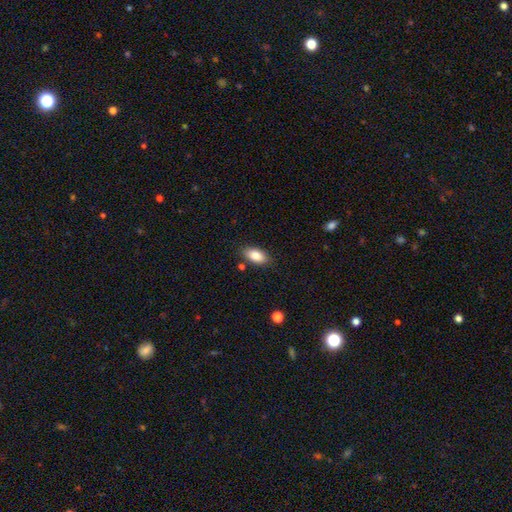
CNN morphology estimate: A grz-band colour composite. It shows a smooth galaxy with no disk features (84%) that is in between round and cigar-shaped (91%). Merging: none (83%).